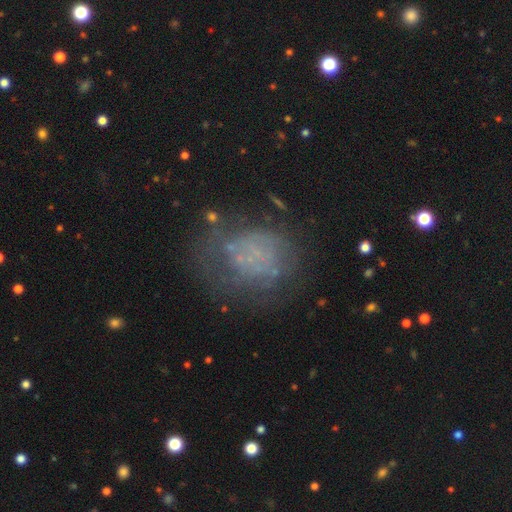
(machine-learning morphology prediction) This appears to be a featured or disk galaxy (41%). Merging: none (57%).